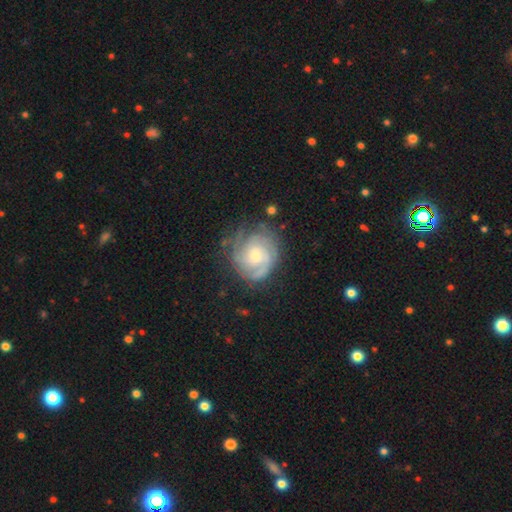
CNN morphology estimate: type=featured or disk (78%); edge-on=no (98%); bar=no (70%); spiral arms=yes (93%); winding=tight (61%); arm count=can't tell (32%); bulge=moderate (49%); merging=none (67%).